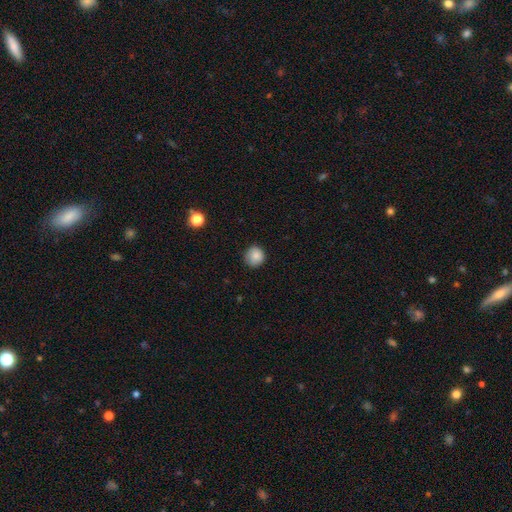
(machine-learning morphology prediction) Overall: smooth (86%). How rounded: round (89%). Merging: none (82%).